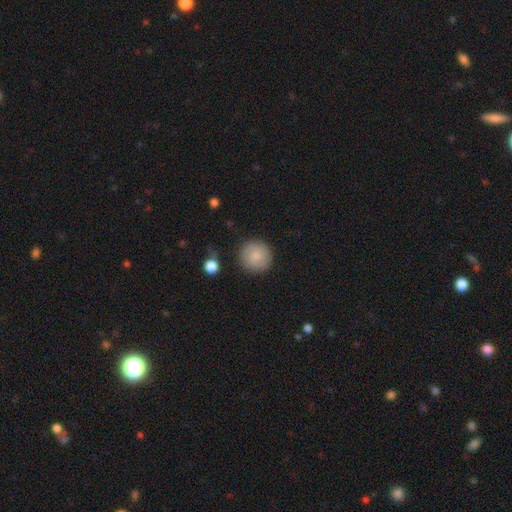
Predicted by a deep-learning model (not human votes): A smooth galaxy with no disk features (85%) that is round (95%).

Vote fractions:
- Smooth or featured? smooth: 85% / featured or disk: 7% / star or artifact: 7%
- How rounded? round: 95% / in between: 4% / cigar-shaped: 1%
- Merging? none: 87% / minor disturbance: 8% / major disturbance: 3% / merger: 2%